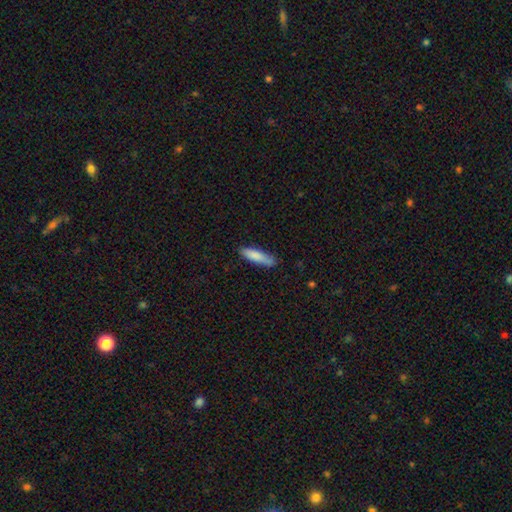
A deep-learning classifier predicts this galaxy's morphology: The model was most divided on "how rounded": cigar-shaped: 70%, in between: 29%, round: 1%. More confident: smooth or featured — smooth (83%); merging — none (72%).